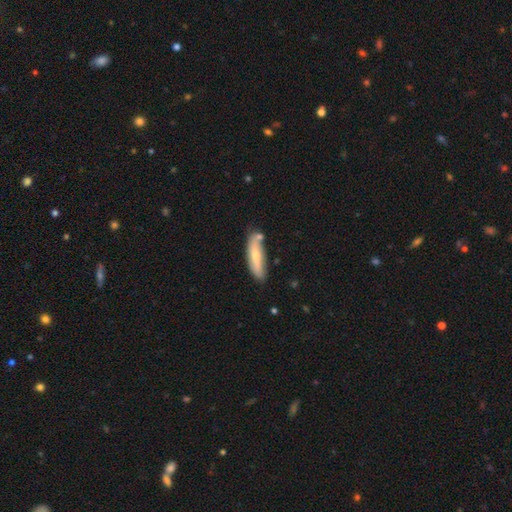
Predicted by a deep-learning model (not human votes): Smooth or featured: smooth — 58% (featured or disk — 36%)
How rounded: cigar-shaped — 66% (in between — 32%)
Merging: none — 67% (minor disturbance — 20%)